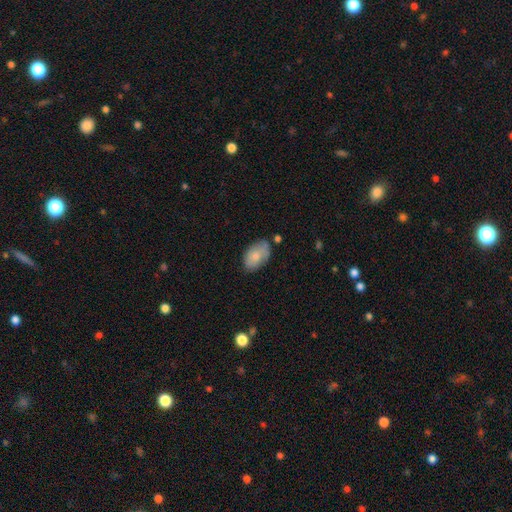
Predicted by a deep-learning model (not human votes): This is likely a smooth galaxy (77%). How rounded: clearly in between (91%). Merging: likely none (71%).